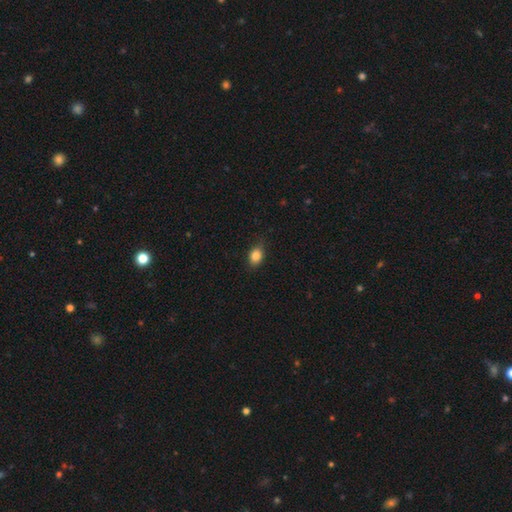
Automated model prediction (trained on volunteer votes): Smooth or featured: smooth — 84% (star or artifact — 10%)
How rounded: in between — 66% (round — 32%)
Merging: none — 82% (minor disturbance — 15%)